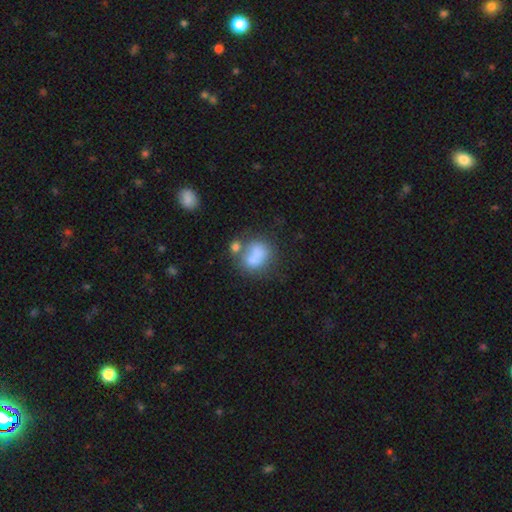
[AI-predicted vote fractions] Smooth or featured?
  - smooth: 66% *
  - featured or disk: 23%
  - star or artifact: 11%
How rounded?
  - round: 50% *
  - in between: 49%
  - cigar-shaped: 1%
Merging?
  - merger: 35% *
  - none: 32%
  - minor disturbance: 17%
  - major disturbance: 16%